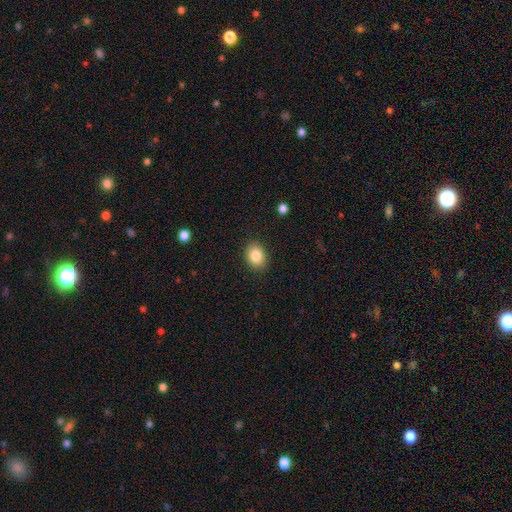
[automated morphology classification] The model was most divided on "how rounded": in between: 59%, round: 40%, cigar-shaped: 1%. More confident: merging — none (89%); smooth or featured — smooth (85%).